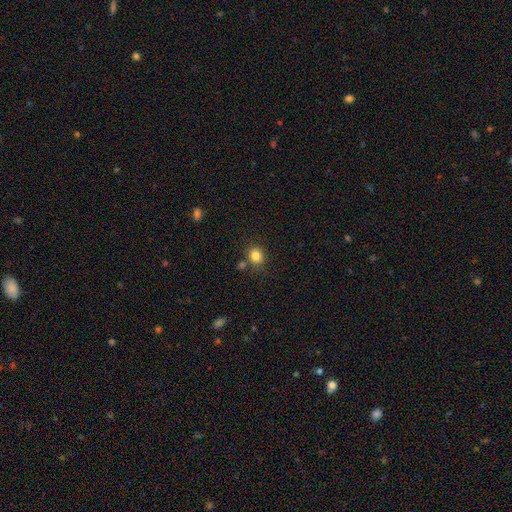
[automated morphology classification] smooth 84%, star or artifact 11%, featured or disk 6%. Down the decision tree: how rounded — round (72%); merging — none (75%).